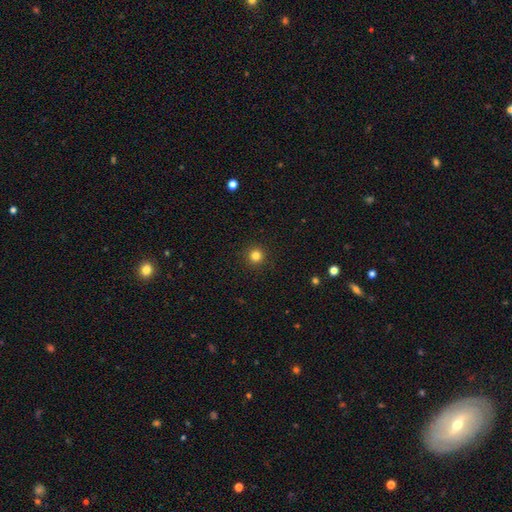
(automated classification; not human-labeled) Smooth or featured? smooth (82%)
How rounded? round (96%)
Merging? none (93%)